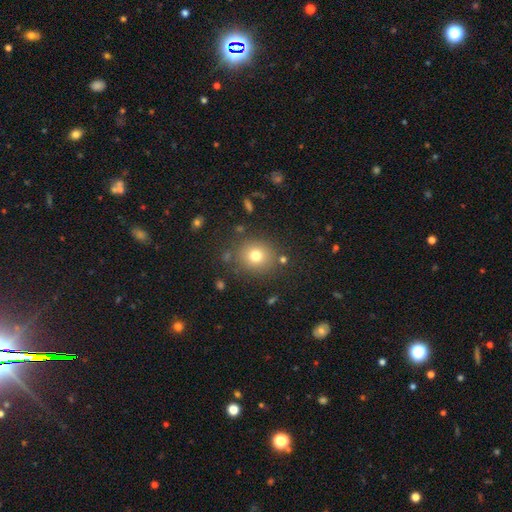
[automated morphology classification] Smooth or featured?
  - smooth: 74% *
  - star or artifact: 15%
  - featured or disk: 11%
How rounded?
  - round: 85% *
  - in between: 14%
  - cigar-shaped: 1%
Merging?
  - none: 84% *
  - minor disturbance: 9%
  - major disturbance: 4%
  - merger: 3%